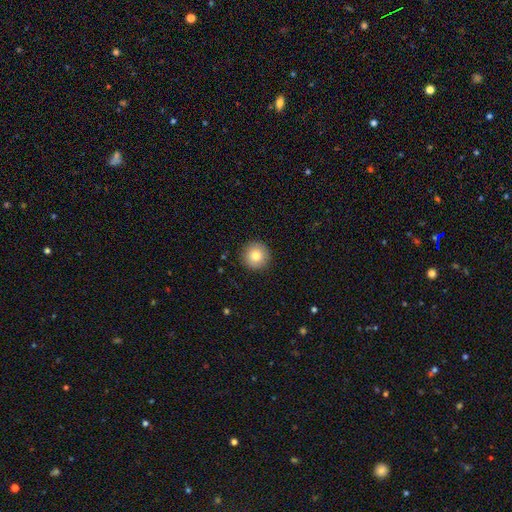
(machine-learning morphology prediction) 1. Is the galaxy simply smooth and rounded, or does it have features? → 81% smooth, 10% featured or disk, 9% star or artifact.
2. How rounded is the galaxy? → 96% round, 3% in between, 1% cigar-shaped.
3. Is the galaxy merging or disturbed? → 91% none, 6% minor disturbance, 2% major disturbance, 1% merger.